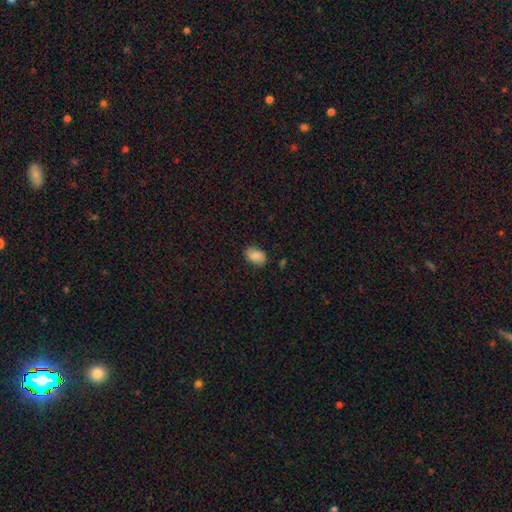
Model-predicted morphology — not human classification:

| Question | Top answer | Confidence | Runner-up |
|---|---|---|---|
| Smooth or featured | smooth | 82% | featured or disk (11%) |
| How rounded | in between | 83% | round (15%) |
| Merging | none | 82% | minor disturbance (14%) |